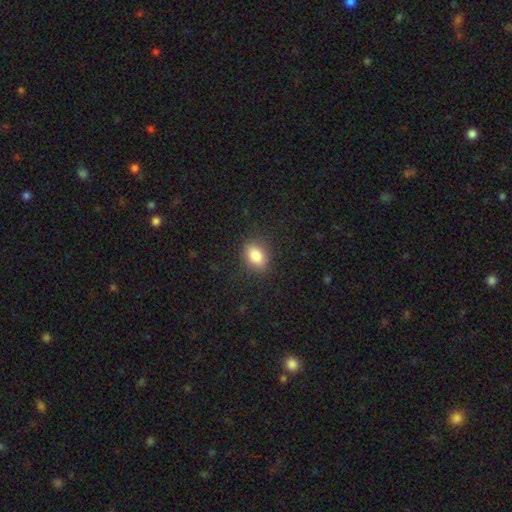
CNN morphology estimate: smooth 84%, star or artifact 9%, featured or disk 7%. Down the decision tree: how rounded — in between (75%); merging — none (86%).